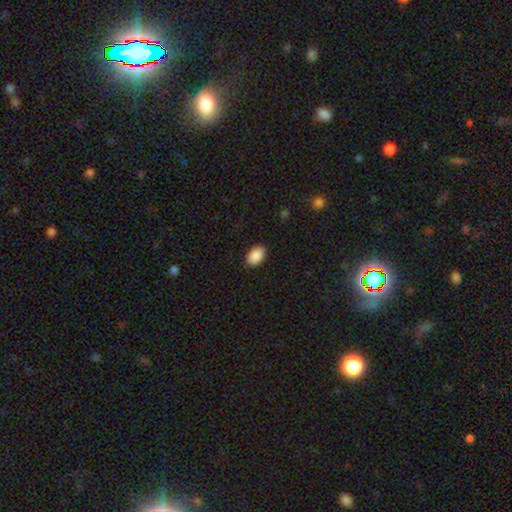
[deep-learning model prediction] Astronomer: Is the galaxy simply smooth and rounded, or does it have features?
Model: smooth — 90%.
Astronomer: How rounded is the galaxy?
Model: in between — 90%.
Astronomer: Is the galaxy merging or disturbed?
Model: none — 88%.